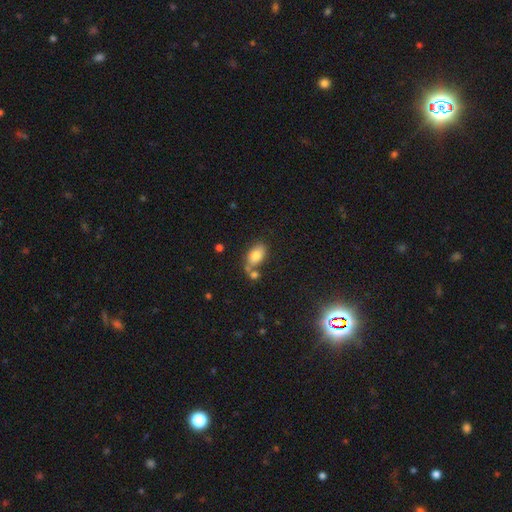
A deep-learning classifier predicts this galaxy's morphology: Smooth or featured: smooth — 80% (featured or disk — 11%)
How rounded: in between — 89% (round — 8%)
Merging: none — 53% (merger — 26%)